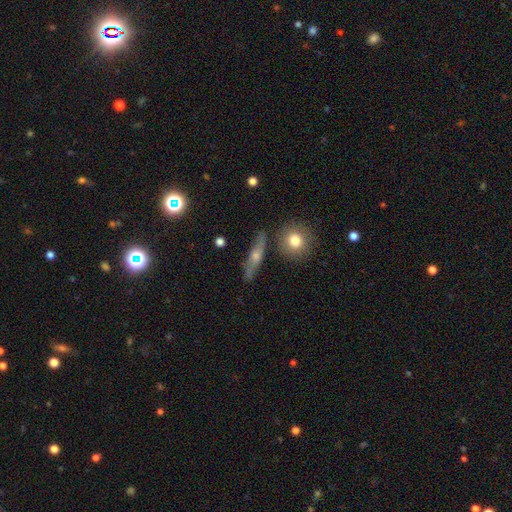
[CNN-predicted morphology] Q: Smooth or featured?
A: featured or disk (56%); runner-up: smooth (32%)
Q: Edge-on disk?
A: yes (79%); runner-up: no (21%)
Q: Merging?
A: none (80%); runner-up: minor disturbance (13%)